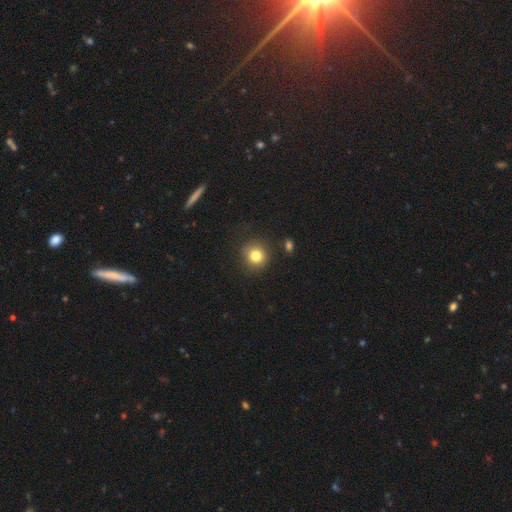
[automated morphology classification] Smooth or featured? smooth (81%)
How rounded? round (89%)
Merging? none (85%)